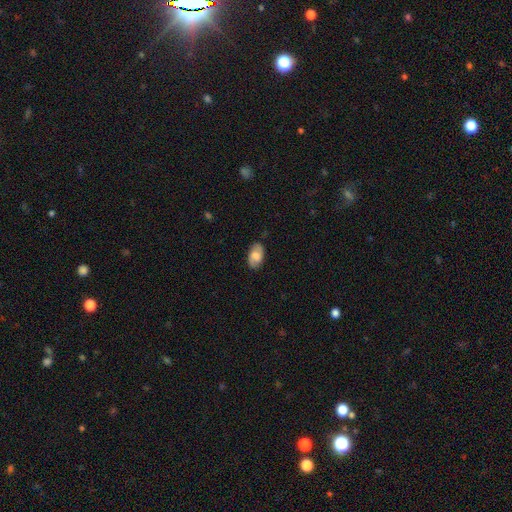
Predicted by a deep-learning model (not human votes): smooth_or_featured: smooth (p=0.61) [alt: featured or disk p=0.32]
how_rounded: in between (p=0.93) [alt: round p=0.06]
merging: none (p=0.83) [alt: minor disturbance p=0.13]